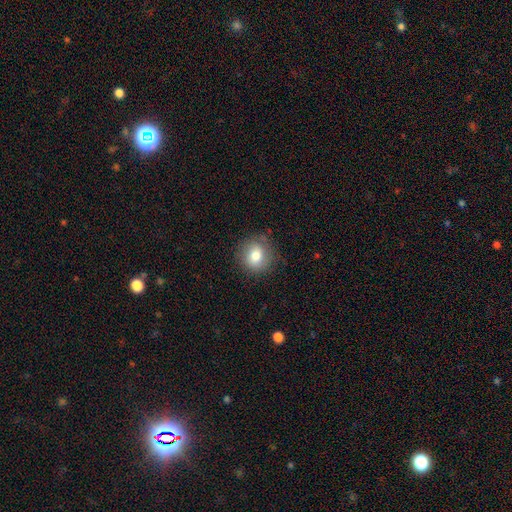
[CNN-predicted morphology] Smooth or featured? smooth (79%)
How rounded? round (83%)
Merging? none (83%)